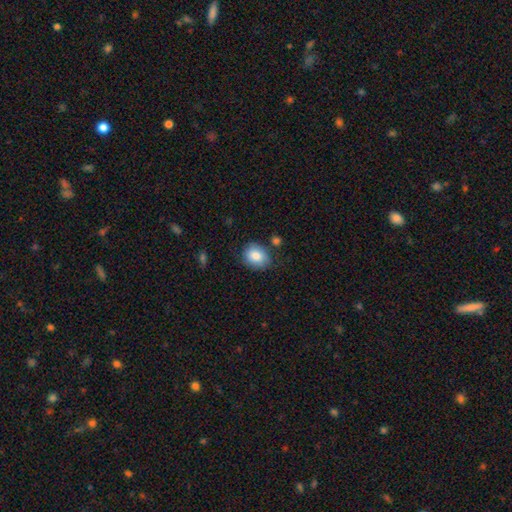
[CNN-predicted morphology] Q: Smooth or featured?
A: smooth (83%); runner-up: featured or disk (9%)
Q: How rounded?
A: round (54%); runner-up: in between (45%)
Q: Merging?
A: none (77%); runner-up: minor disturbance (16%)